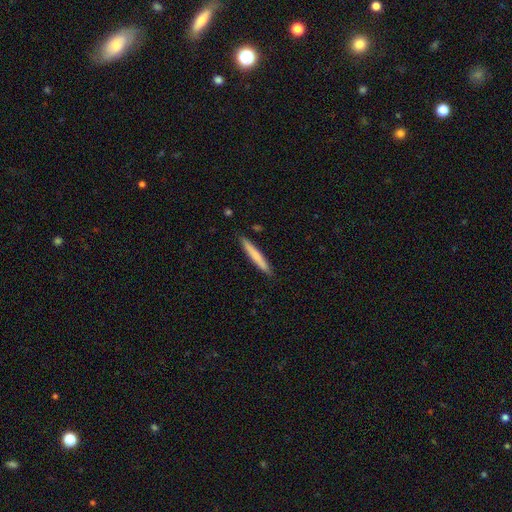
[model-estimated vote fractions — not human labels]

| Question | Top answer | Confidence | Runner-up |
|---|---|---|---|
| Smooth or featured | smooth | 72% | featured or disk (23%) |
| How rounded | cigar-shaped | 96% | in between (3%) |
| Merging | none | 90% | minor disturbance (7%) |